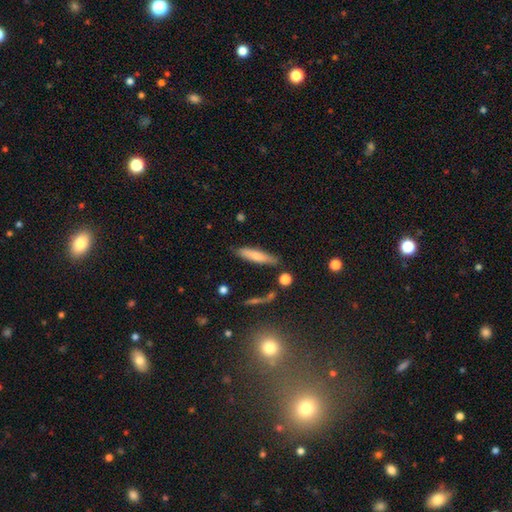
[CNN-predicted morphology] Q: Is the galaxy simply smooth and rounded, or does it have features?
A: smooth — 72%.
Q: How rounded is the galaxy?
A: cigar-shaped — 81%.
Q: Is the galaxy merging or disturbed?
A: none — 81%.